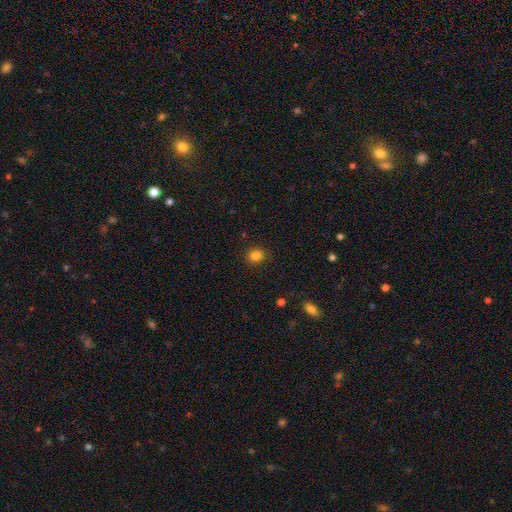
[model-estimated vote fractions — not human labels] Smooth or featured?
  - smooth: 84% *
  - star or artifact: 12%
  - featured or disk: 4%
How rounded?
  - round: 73% *
  - in between: 26%
  - cigar-shaped: 1%
Merging?
  - none: 88% *
  - minor disturbance: 8%
  - major disturbance: 3%
  - merger: 1%